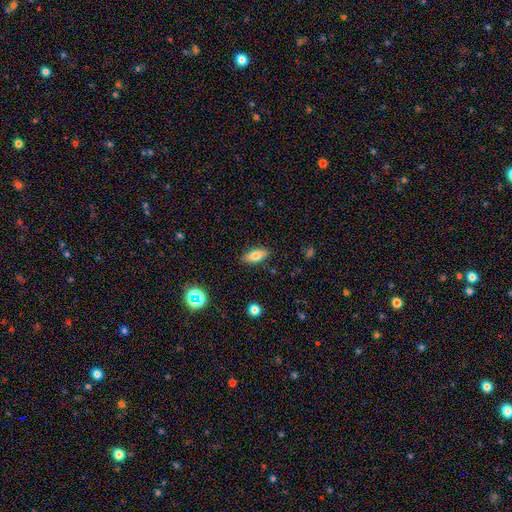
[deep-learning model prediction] This appears to be a smooth galaxy with no disk features (79%) that is in between round and cigar-shaped (84%). Merging: none (87%).